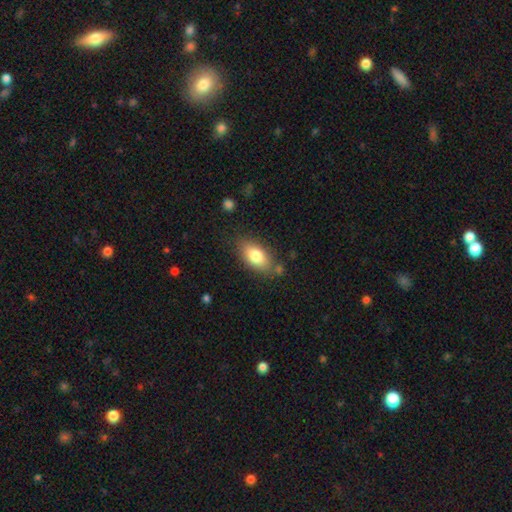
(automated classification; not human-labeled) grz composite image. It shows a smooth galaxy with no disk features (80%) that is in between round and cigar-shaped (90%). Merging: none (77%).